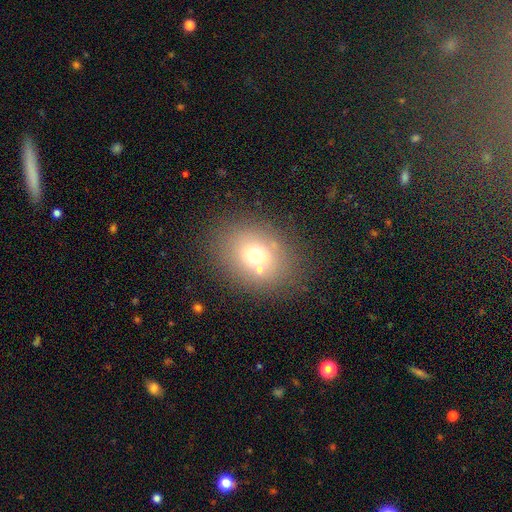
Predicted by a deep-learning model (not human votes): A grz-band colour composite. It shows a smooth galaxy with no disk features (66%) that is round (53%). Merging: none (72%).